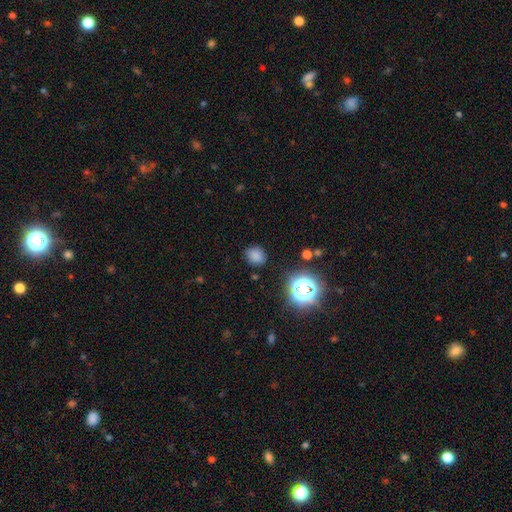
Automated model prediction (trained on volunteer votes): The model was most divided on "how rounded": round: 60%, in between: 39%, cigar-shaped: 1%. More confident: merging — none (81%); smooth or featured — smooth (75%).